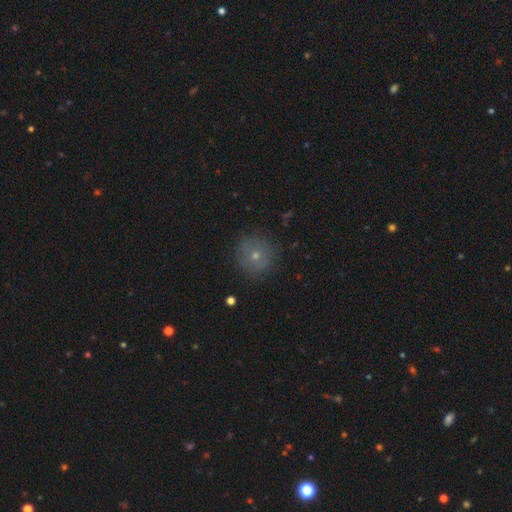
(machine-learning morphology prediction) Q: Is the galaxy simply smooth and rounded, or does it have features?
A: smooth — 63%.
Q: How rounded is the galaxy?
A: round — 95%.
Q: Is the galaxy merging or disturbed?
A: none — 86%.